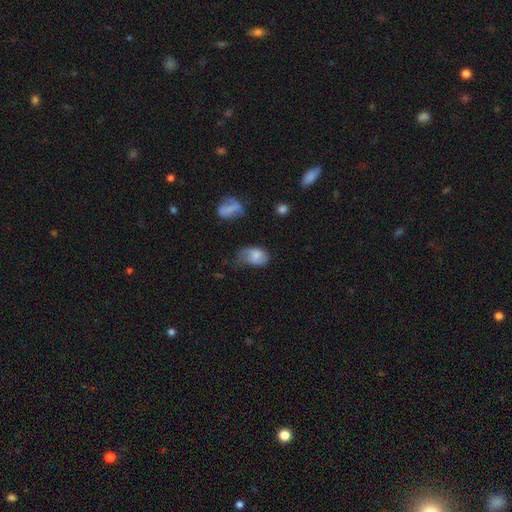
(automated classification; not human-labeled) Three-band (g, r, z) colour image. It shows a smooth galaxy with no disk features (76%) that is in between round and cigar-shaped (85%). Merging: minor disturbance (40%).